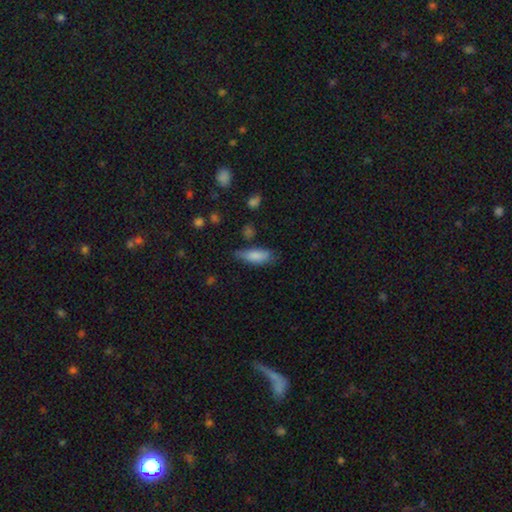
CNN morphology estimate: Smooth or featured: smooth — 83% (featured or disk — 10%)
How rounded: in between — 61% (cigar-shaped — 37%)
Merging: none — 63% (minor disturbance — 27%)